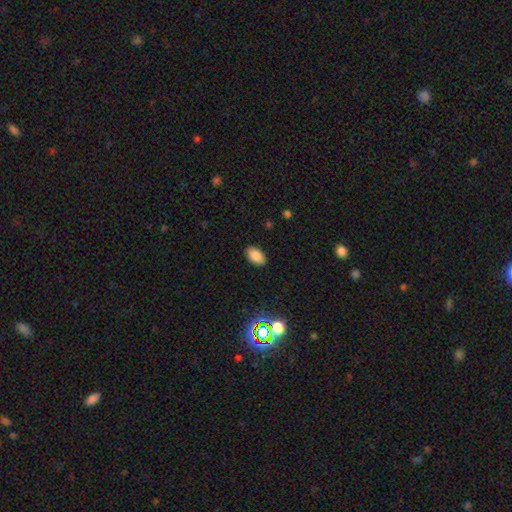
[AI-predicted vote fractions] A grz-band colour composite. It shows a smooth galaxy with no disk features (86%) that is in between round and cigar-shaped (93%). Merging: none (88%).